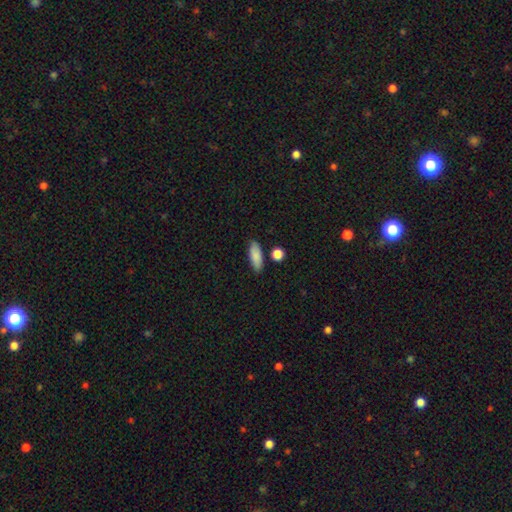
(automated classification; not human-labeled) Q: Smooth or featured?
A: smooth (86%); runner-up: featured or disk (7%)
Q: How rounded?
A: in between (70%); runner-up: cigar-shaped (26%)
Q: Merging?
A: none (81%); runner-up: minor disturbance (11%)